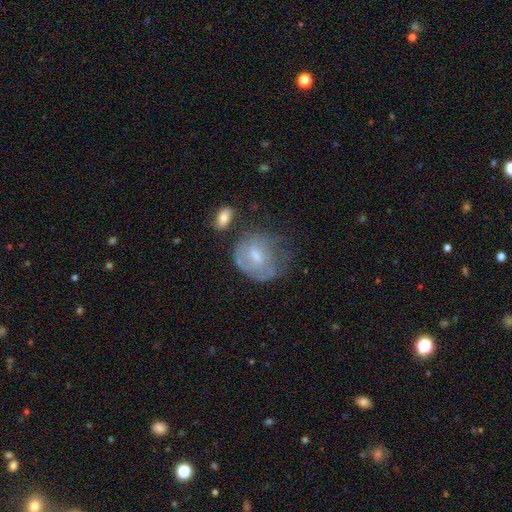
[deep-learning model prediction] smooth-or-featured: featured or disk: 50% | smooth: 40% | star or artifact: 10%
  disk-edge-on: no: 96% | yes: 4%
  merging: none: 44% | minor disturbance: 28% | major disturbance: 21% | merger: 7%